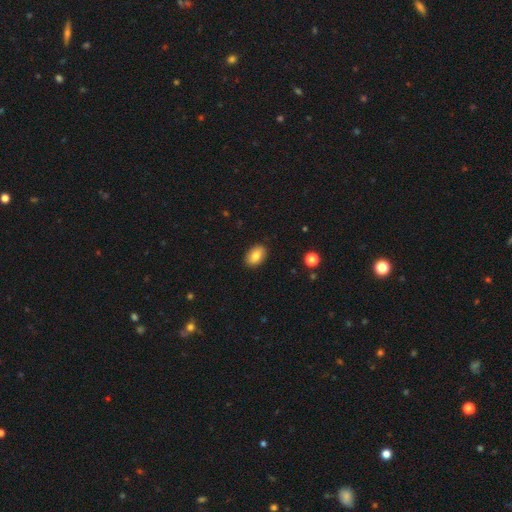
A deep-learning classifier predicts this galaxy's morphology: This is clearly a smooth galaxy (82%). How rounded: clearly in between (88%). Merging: clearly none (88%).